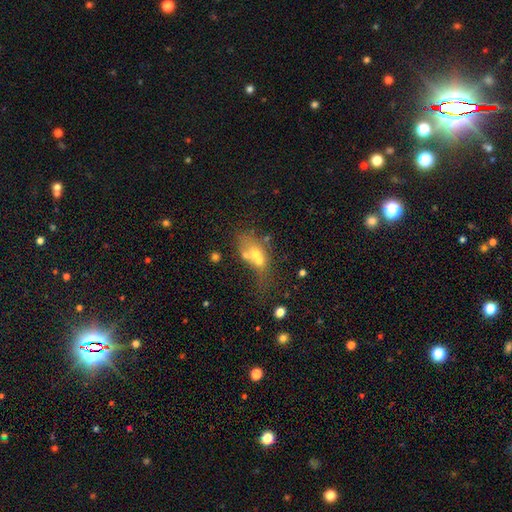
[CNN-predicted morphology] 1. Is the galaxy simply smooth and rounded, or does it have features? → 51% smooth, 35% featured or disk, 14% star or artifact.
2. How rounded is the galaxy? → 66% in between, 28% round, 6% cigar-shaped.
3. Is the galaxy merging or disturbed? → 57% merger, 20% none, 13% major disturbance, 10% minor disturbance.